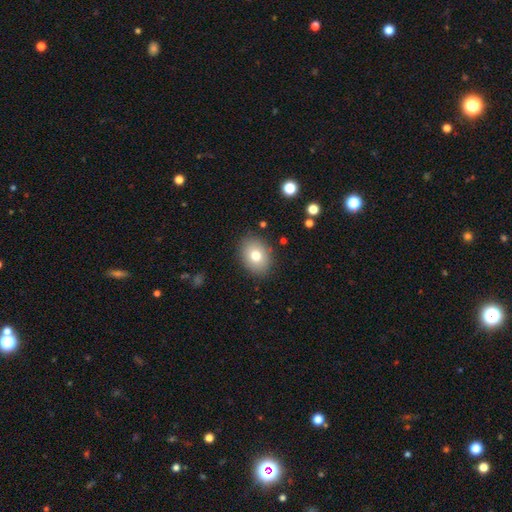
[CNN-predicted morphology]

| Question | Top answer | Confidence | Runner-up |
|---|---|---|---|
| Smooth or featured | smooth | 76% | featured or disk (14%) |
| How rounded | in between | 63% | round (36%) |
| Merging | none | 87% | minor disturbance (9%) |